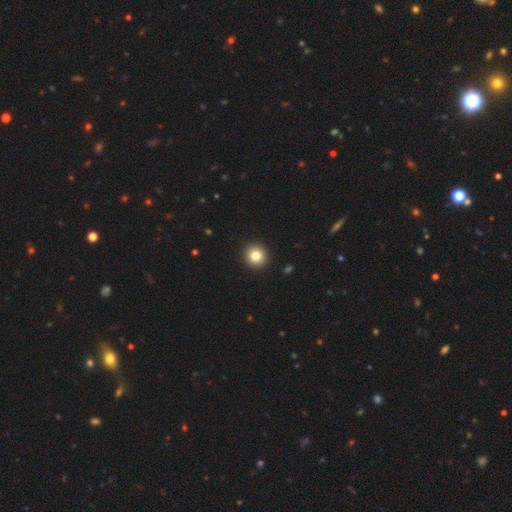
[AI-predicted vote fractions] Smooth or featured?
  - smooth: 83% *
  - star or artifact: 10%
  - featured or disk: 7%
How rounded?
  - round: 93% *
  - in between: 6%
  - cigar-shaped: 1%
Merging?
  - none: 93% *
  - minor disturbance: 4%
  - major disturbance: 1%
  - merger: 1%